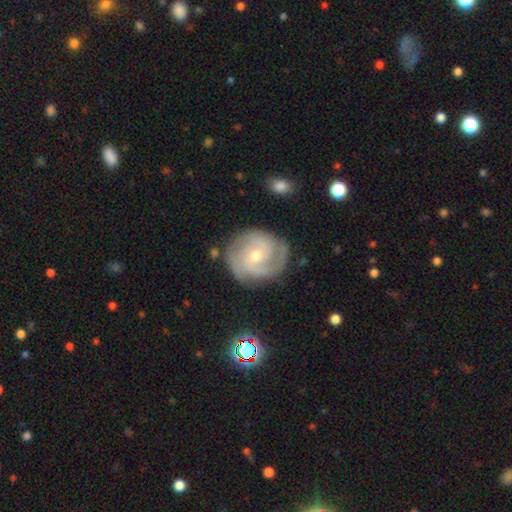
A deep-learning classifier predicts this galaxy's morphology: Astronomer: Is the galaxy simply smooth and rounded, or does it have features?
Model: featured or disk — 83%.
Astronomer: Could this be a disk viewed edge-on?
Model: no — 98%.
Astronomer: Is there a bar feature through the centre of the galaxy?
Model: no — 60%.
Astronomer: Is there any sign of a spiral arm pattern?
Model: yes — 96%.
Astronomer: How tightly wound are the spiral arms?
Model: tight — 57% (runner-up: medium, 35%).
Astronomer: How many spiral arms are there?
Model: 2 — 35% (runner-up: 3, 31%).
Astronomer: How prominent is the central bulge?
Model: small — 56% (runner-up: moderate, 41%).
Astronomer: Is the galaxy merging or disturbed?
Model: none — 78%.